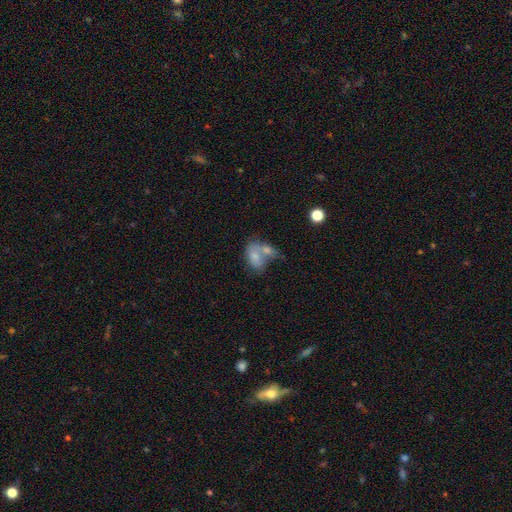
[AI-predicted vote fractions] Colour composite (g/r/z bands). It shows a smooth galaxy with no disk features (68%) that is in between round and cigar-shaped (84%). Merging: merger (65%).